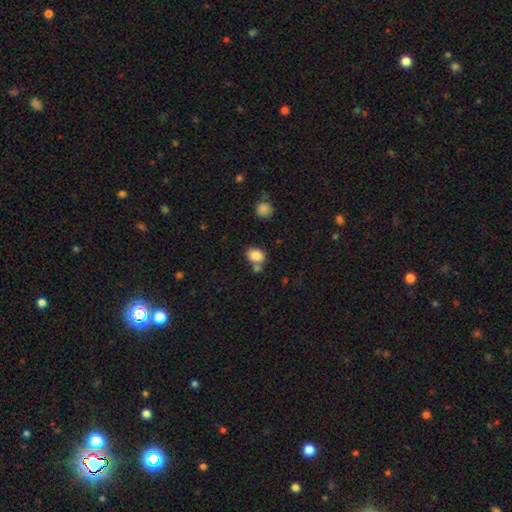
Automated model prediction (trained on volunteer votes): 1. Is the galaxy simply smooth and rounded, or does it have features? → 84% smooth, 9% star or artifact, 6% featured or disk.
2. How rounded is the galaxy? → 60% in between, 39% round, 1% cigar-shaped.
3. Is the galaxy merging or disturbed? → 55% none, 27% merger, 14% minor disturbance, 4% major disturbance.